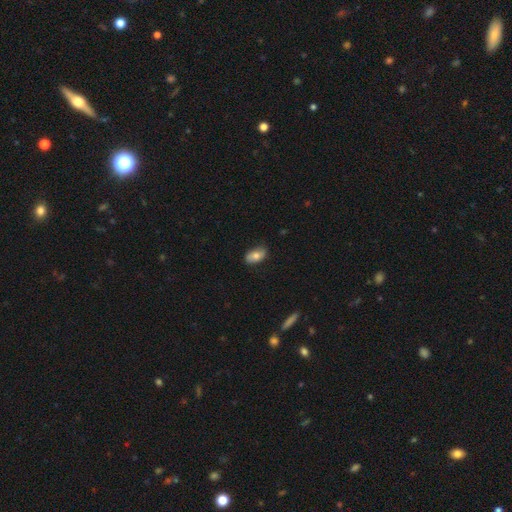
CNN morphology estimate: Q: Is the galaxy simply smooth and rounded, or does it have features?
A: smooth — 75%.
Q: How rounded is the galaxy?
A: in between — 92%.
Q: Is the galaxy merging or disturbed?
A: none — 79%.